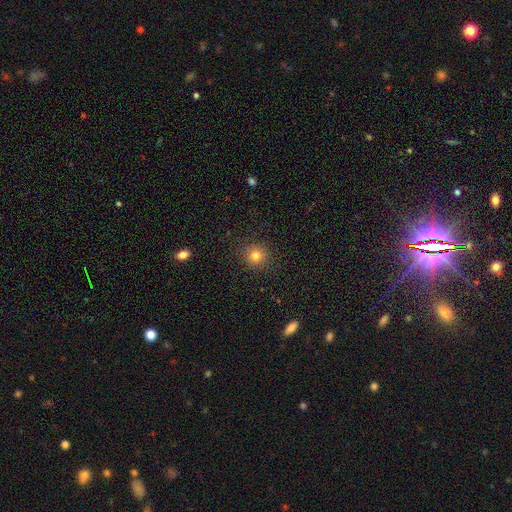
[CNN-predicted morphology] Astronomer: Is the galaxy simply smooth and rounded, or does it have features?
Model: smooth — 80%.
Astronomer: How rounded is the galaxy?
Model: round — 89%.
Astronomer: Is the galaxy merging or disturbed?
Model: none — 89%.